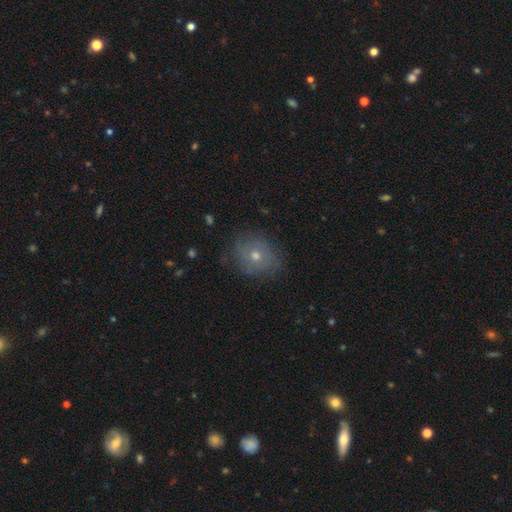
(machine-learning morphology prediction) Overall: smooth (47%; featured or disk 37%). Merging: none (78%).